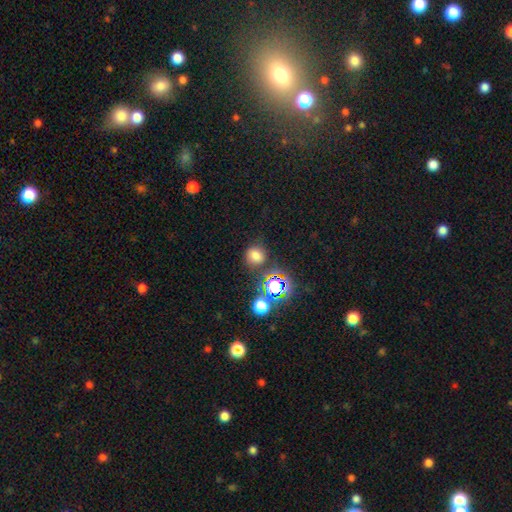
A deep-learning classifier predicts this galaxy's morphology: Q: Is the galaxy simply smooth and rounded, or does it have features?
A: smooth — 69%.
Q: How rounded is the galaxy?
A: round — 76%.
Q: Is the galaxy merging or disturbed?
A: none — 72%.